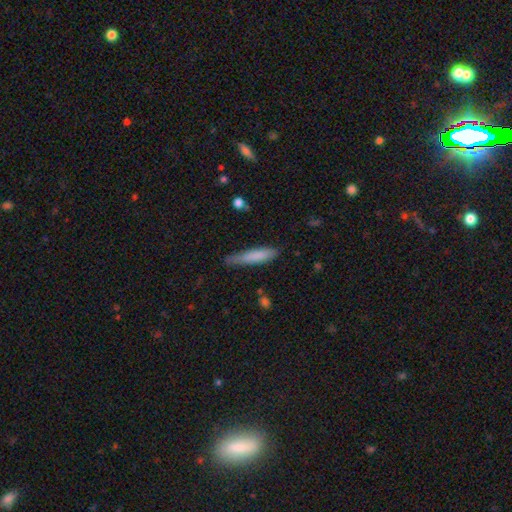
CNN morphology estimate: smooth_or_featured: smooth (p=0.78) [alt: featured or disk p=0.16]
how_rounded: cigar-shaped (p=0.85) [alt: in between p=0.14]
merging: none (p=0.68) [alt: minor disturbance p=0.25]